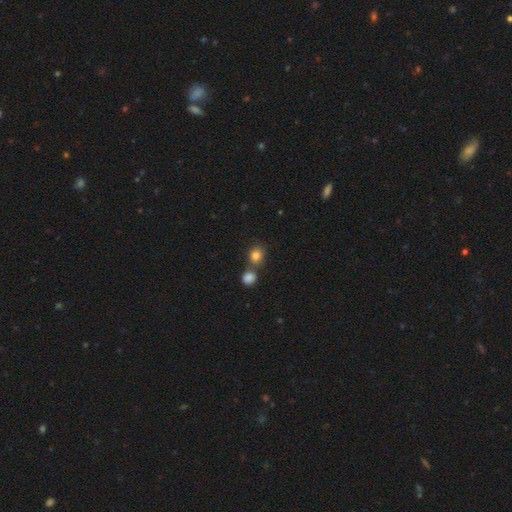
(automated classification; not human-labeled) Morphology: type=smooth (82%); roundness=round (72%); merging=none (56%).